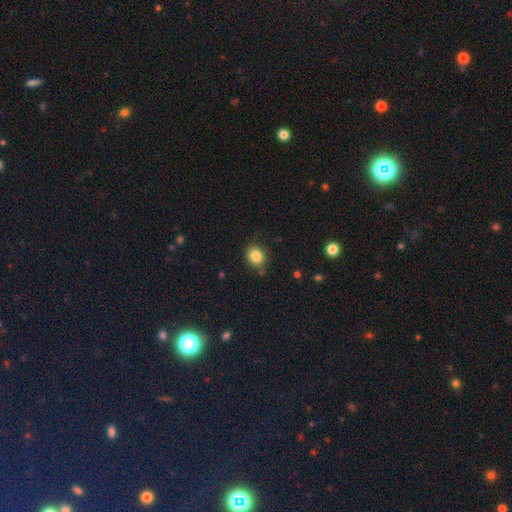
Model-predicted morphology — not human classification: Smooth or featured? Predicted: smooth (p=0.84). How rounded? Predicted: round (p=0.64). Merging? Predicted: none (p=0.81).